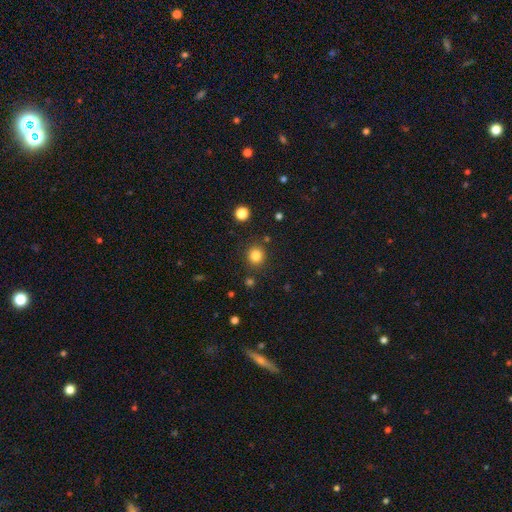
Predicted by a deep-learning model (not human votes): Smooth or featured? Predicted: smooth (p=0.82). How rounded? Predicted: round (p=0.91). Merging? Predicted: none (p=0.87).